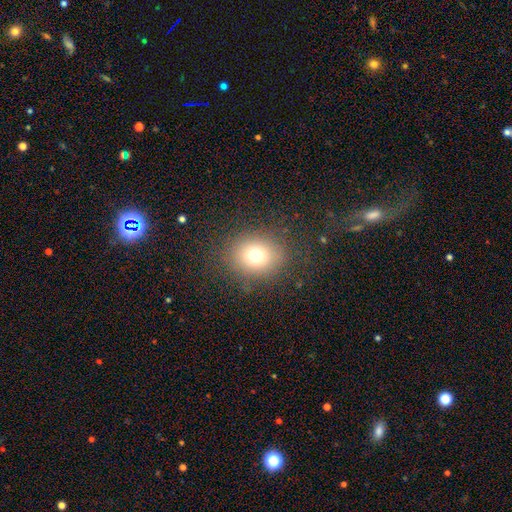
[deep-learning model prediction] Smooth or featured?
  - smooth: 73% *
  - star or artifact: 17%
  - featured or disk: 11%
How rounded?
  - round: 69% *
  - in between: 30%
  - cigar-shaped: 1%
Merging?
  - none: 84% *
  - minor disturbance: 9%
  - major disturbance: 6%
  - merger: 1%